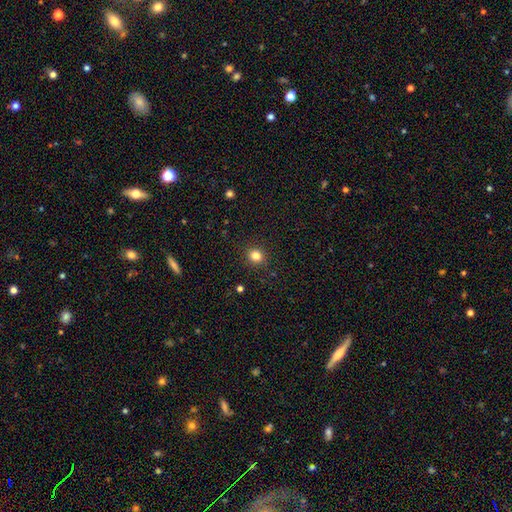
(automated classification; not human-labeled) A smooth galaxy with no disk features (83%) that is round (85%).

Vote fractions:
- Smooth or featured? smooth: 83% / star or artifact: 12% / featured or disk: 5%
- How rounded? round: 85% / in between: 14% / cigar-shaped: 1%
- Merging? none: 91% / minor disturbance: 6% / major disturbance: 2% / merger: 1%